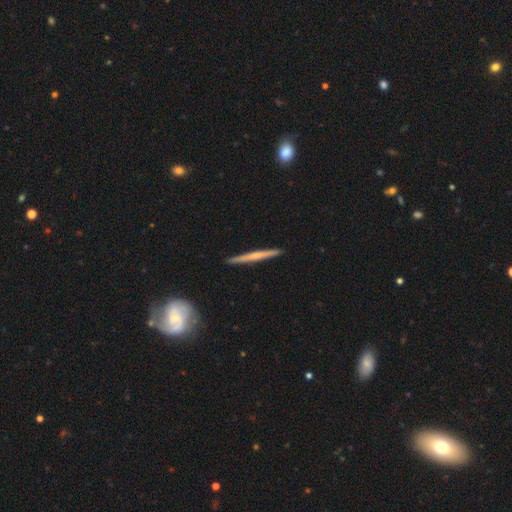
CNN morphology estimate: Smooth or featured? Predicted: featured or disk (p=0.59). Edge-on disk? Predicted: yes (p=0.97). Edge-on bulge? Predicted: none (p=0.49). Merging? Predicted: none (p=0.91).